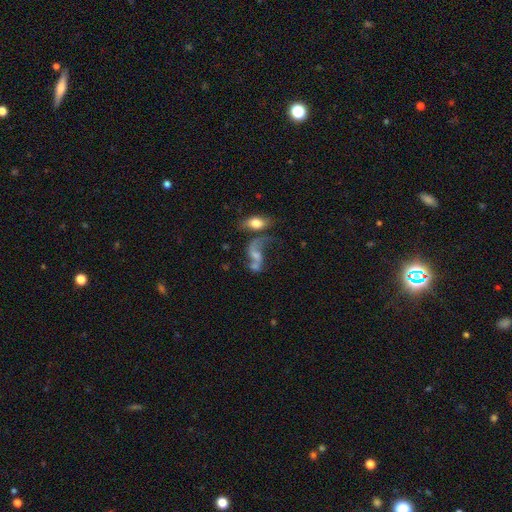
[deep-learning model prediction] The model was most divided on "bulge size": small: 35%, none: 32%, moderate: 25%, large: 6%, dominant: 2%. Remaining: edge-on disk — no (94%); spiral arms — yes (76%); smooth or featured — featured or disk (63%); bar — no (58%); merging — merger (41%).